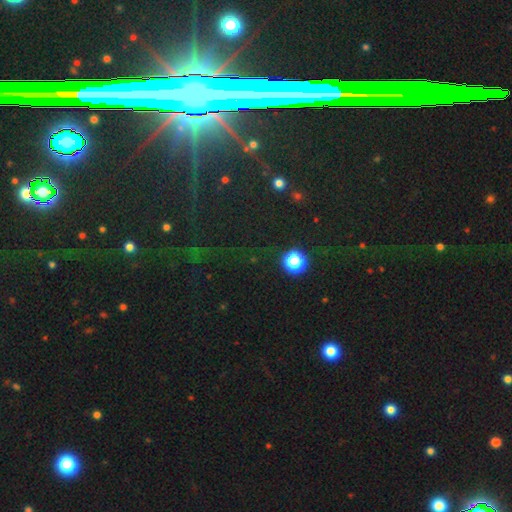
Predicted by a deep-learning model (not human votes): Smooth or featured: star or artifact — 73% (featured or disk — 15%)